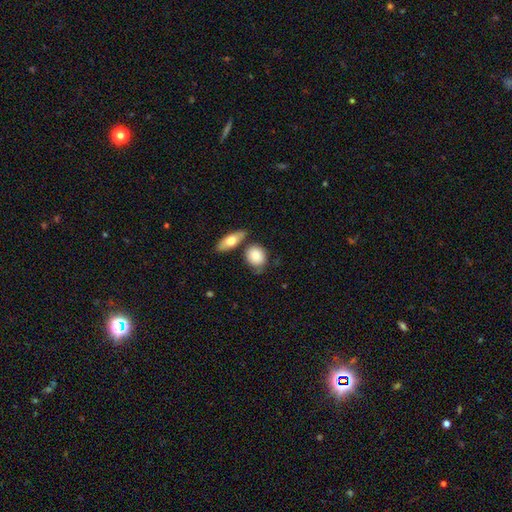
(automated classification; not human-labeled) smooth 84%, featured or disk 10%, star or artifact 6%. Down the decision tree: how rounded — round (52%); merging — none (60%).